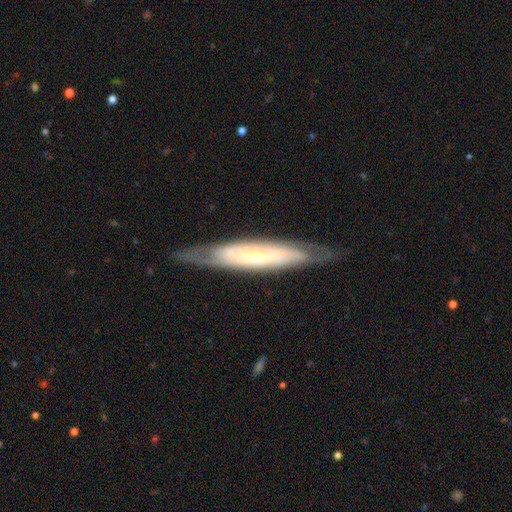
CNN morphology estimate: The model was most divided on "edge-on disk": yes: 57%, no: 43%. More confident: merging — none (77%); smooth or featured — featured or disk (65%).